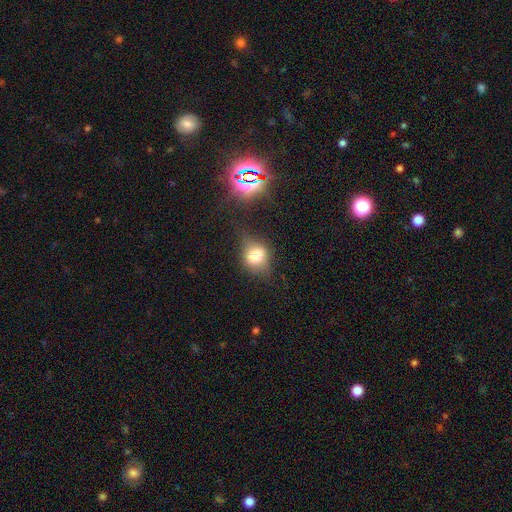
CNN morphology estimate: The model was most divided on "how rounded": in between: 57%, round: 41%, cigar-shaped: 2%. More confident: smooth or featured — smooth (66%); merging — none (50%).